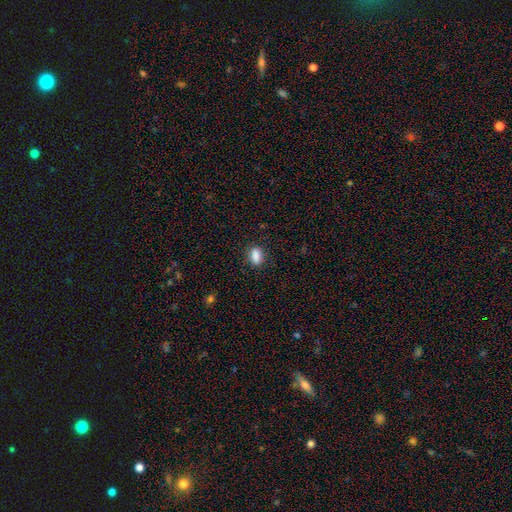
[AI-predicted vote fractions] smooth-or-featured: smooth: 87% | star or artifact: 9% | featured or disk: 4%
  how-rounded: in between: 82% | round: 11% | cigar-shaped: 7%
  merging: none: 84% | minor disturbance: 12% | major disturbance: 3% | merger: 1%